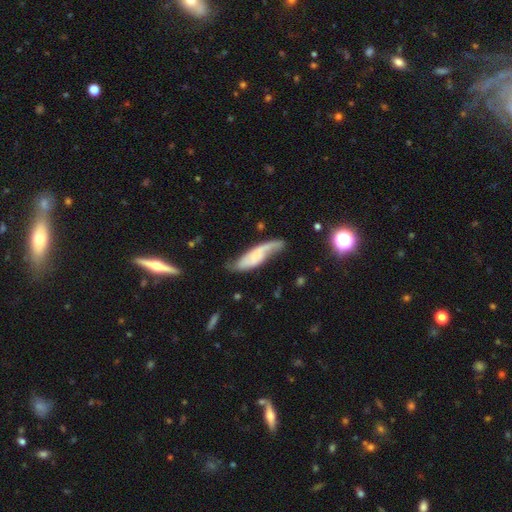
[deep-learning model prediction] Q: Smooth or featured?
A: featured or disk (60%); runner-up: smooth (33%)
Q: Edge-on disk?
A: no (78%); runner-up: yes (22%)
Q: Merging?
A: none (49%); runner-up: minor disturbance (30%)